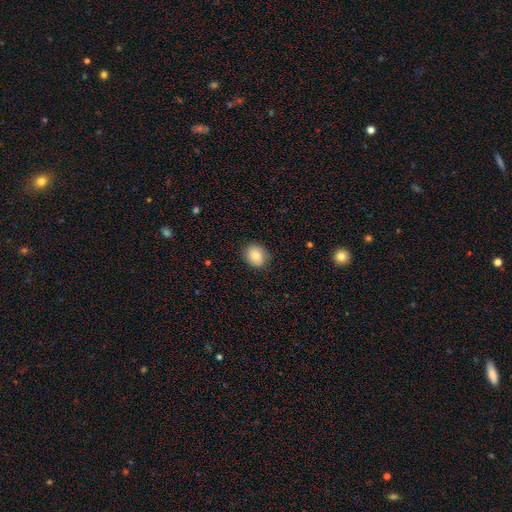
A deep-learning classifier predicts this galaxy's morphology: smooth-or-featured: smooth: 80% | featured or disk: 12% | star or artifact: 8%
  how-rounded: round: 58% | in between: 41% | cigar-shaped: 1%
  merging: none: 83% | minor disturbance: 13% | major disturbance: 3% | merger: 1%